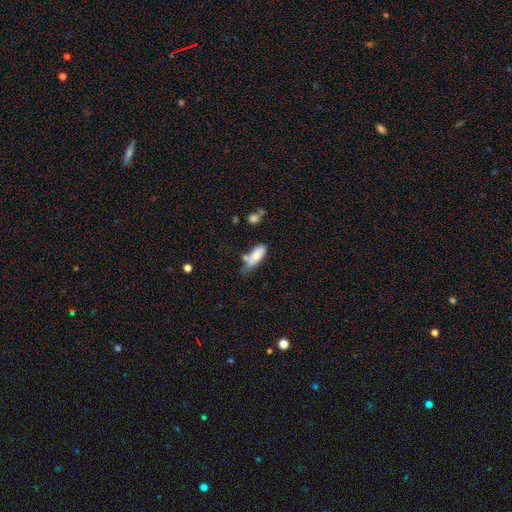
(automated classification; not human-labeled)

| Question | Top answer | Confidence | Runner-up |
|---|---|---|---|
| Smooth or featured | smooth | 77% | featured or disk (16%) |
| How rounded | in between | 75% | cigar-shaped (23%) |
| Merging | none | 36% | minor disturbance (33%) |